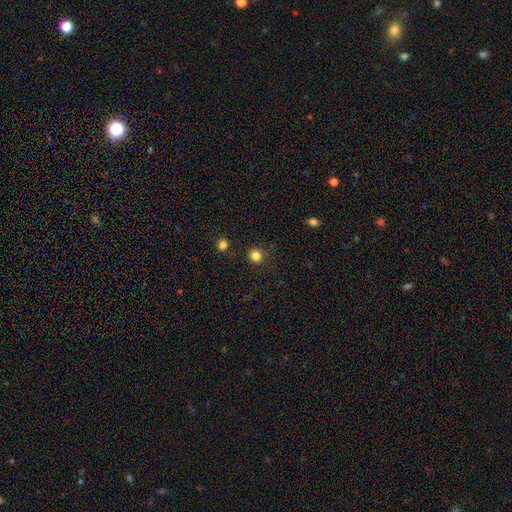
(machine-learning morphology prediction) Overall: smooth (82%). How rounded: round (93%). Merging: none (89%).